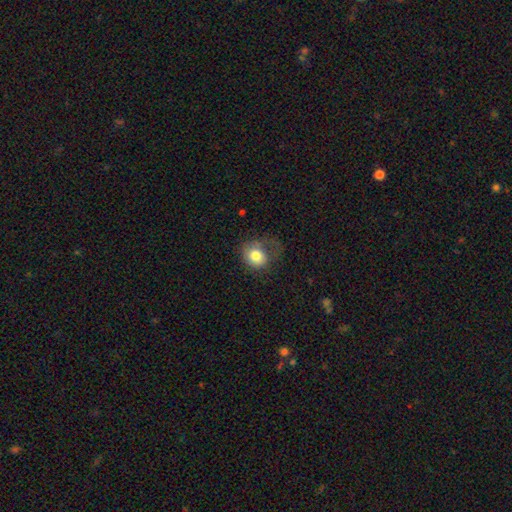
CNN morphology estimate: Smooth or featured?
  - smooth: 77% *
  - featured or disk: 14%
  - star or artifact: 9%
How rounded?
  - round: 65% *
  - in between: 34%
  - cigar-shaped: 1%
Merging?
  - none: 39% *
  - major disturbance: 32%
  - minor disturbance: 27%
  - merger: 2%